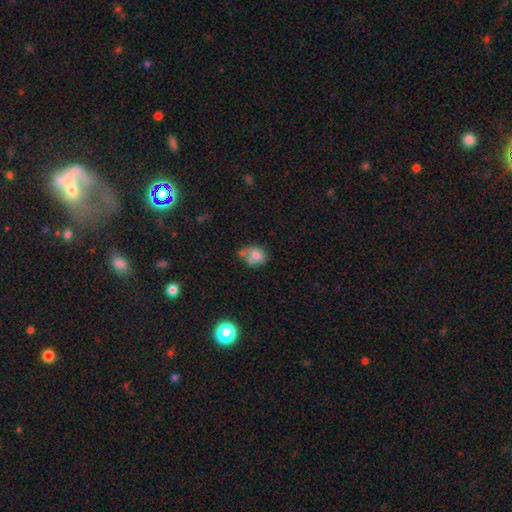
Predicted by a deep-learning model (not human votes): Morphology: type=smooth (71%); roundness=in between (56%); merging=merger (33%, tied with none).